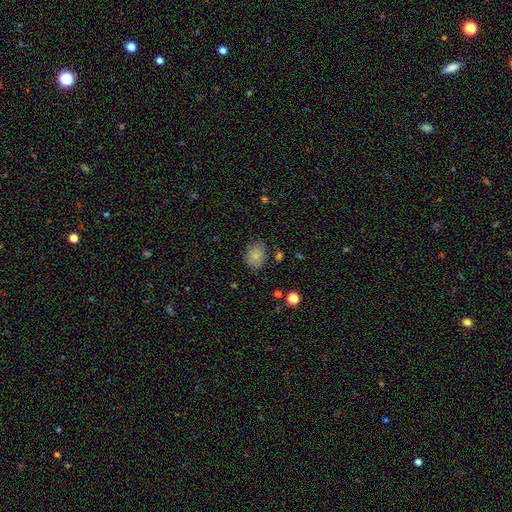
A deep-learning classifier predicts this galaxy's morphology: Smooth or featured? smooth (81%)
How rounded? in between (60%)
Merging? none (79%)